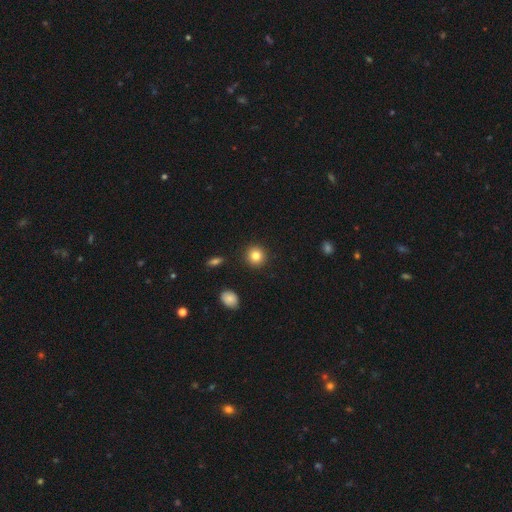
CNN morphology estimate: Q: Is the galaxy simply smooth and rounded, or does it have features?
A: smooth — 83%.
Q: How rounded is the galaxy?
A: round — 91%.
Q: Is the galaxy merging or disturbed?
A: none — 92%.